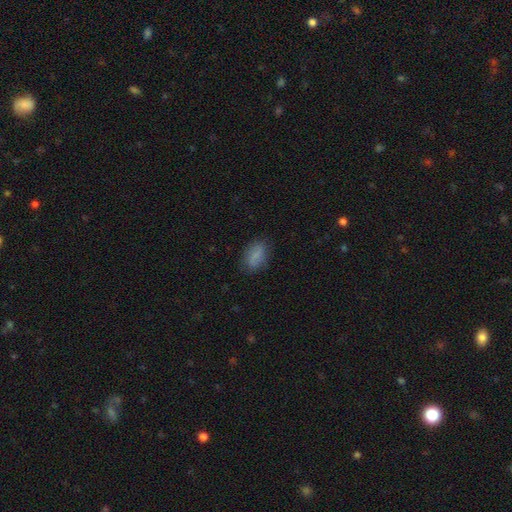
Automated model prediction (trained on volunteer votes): smooth_or_featured: smooth (p=0.78) [alt: featured or disk p=0.13]
how_rounded: in between (p=0.86) [alt: round p=0.10]
merging: none (p=0.78) [alt: minor disturbance p=0.16]